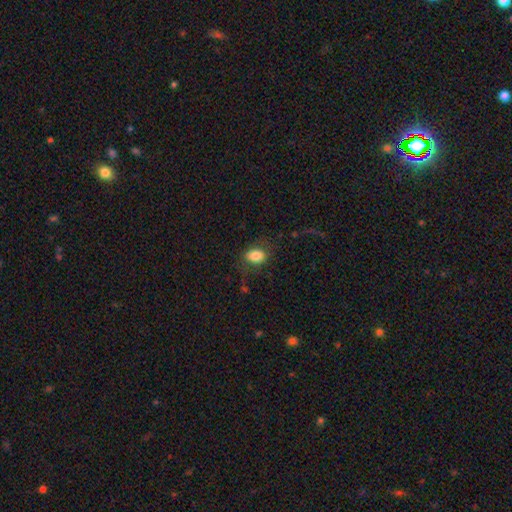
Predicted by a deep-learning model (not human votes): smooth-or-featured: smooth: 82% | featured or disk: 10% | star or artifact: 9%
  how-rounded: in between: 77% | round: 22% | cigar-shaped: 1%
  merging: none: 72% | minor disturbance: 16% | major disturbance: 10% | merger: 2%